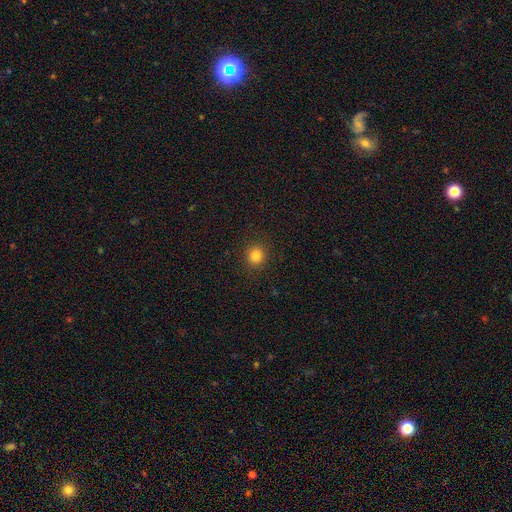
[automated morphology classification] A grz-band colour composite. It shows a smooth galaxy with no disk features (83%) that is round (90%). Merging: none (91%).